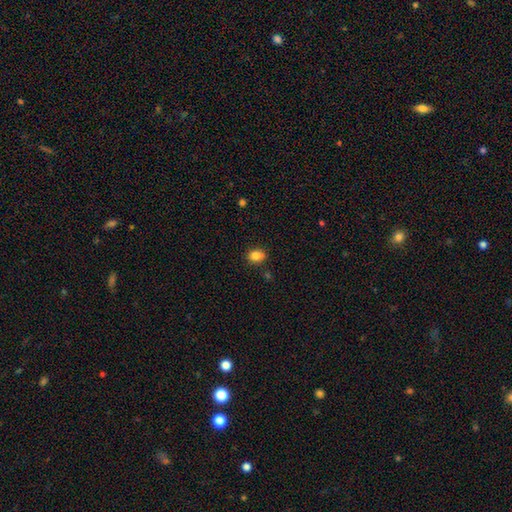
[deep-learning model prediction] smooth_or_featured: smooth (p=0.84) [alt: star or artifact p=0.10]
how_rounded: in between (p=0.54) [alt: round p=0.45]
merging: none (p=0.77) [alt: minor disturbance p=0.16]